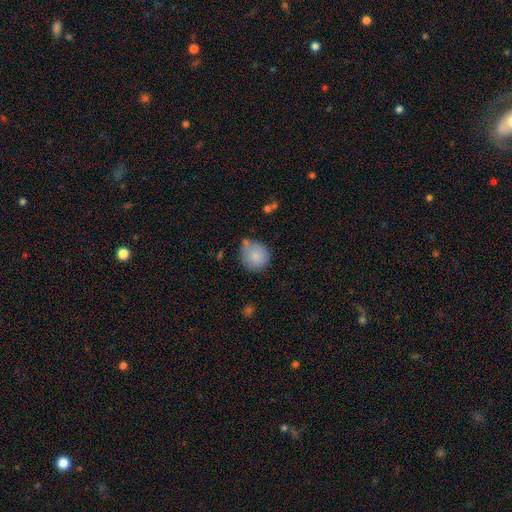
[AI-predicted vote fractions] Smooth or featured: smooth — 84% (featured or disk — 9%)
How rounded: round — 84% (in between — 15%)
Merging: none — 61% (minor disturbance — 26%)